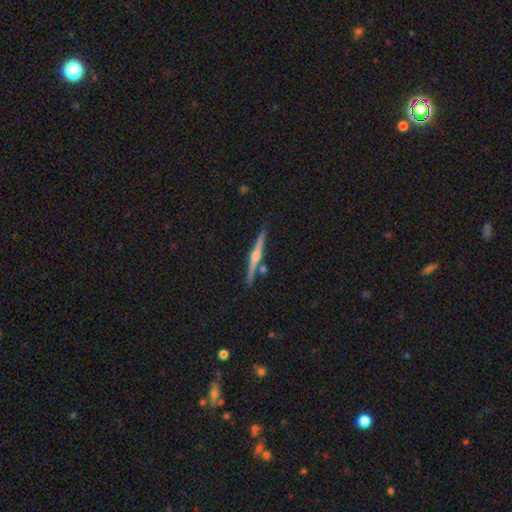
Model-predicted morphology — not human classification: featured or disk 79%, smooth 14%, star or artifact 6%. Down the decision tree: edge-on disk — yes (98%); edge-on bulge — rounded (91%); merging — none (85%).